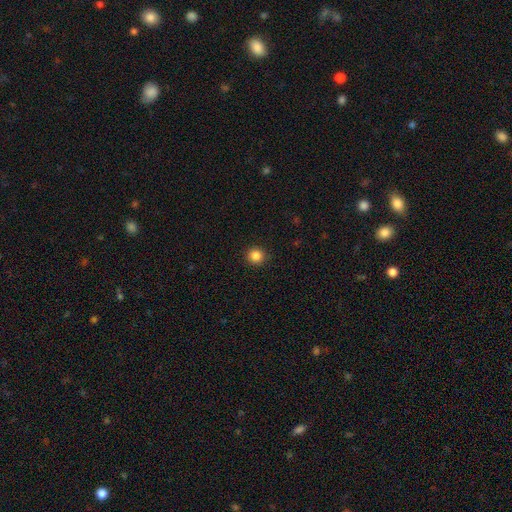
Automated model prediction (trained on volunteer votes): A smooth galaxy with no disk features (85%) that is round (94%).

Vote fractions:
- Smooth or featured? smooth: 85% / star or artifact: 11% / featured or disk: 3%
- How rounded? round: 94% / in between: 5% / cigar-shaped: 1%
- Merging? none: 92% / minor disturbance: 5% / major disturbance: 2% / merger: 1%